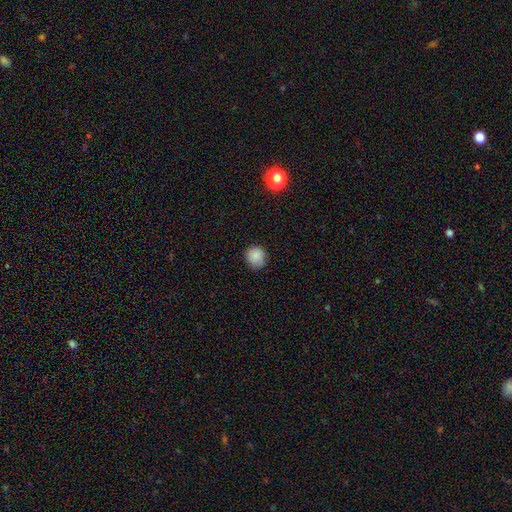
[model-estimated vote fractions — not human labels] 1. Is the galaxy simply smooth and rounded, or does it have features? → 87% smooth, 10% star or artifact, 4% featured or disk.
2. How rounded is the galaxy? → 86% round, 13% in between, 1% cigar-shaped.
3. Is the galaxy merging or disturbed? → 82% none, 14% minor disturbance, 3% major disturbance, 1% merger.